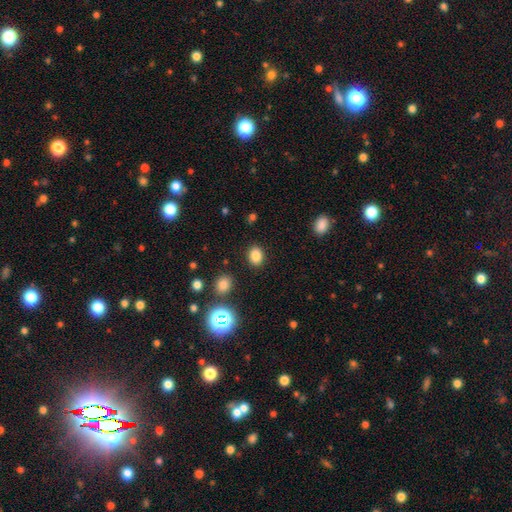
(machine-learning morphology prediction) Overall: smooth (83%). How rounded: in between (56%; round 43%). Merging: none (88%).